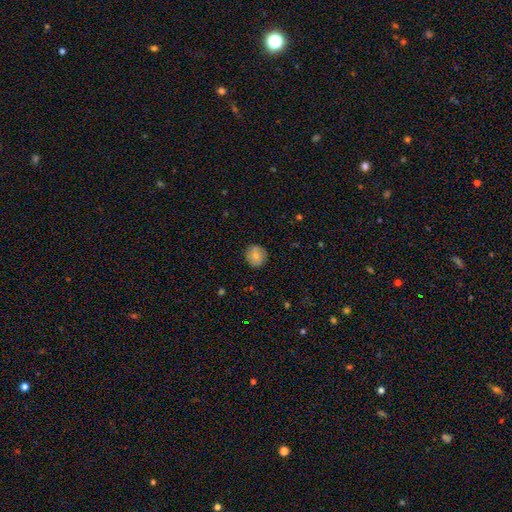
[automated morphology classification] This appears to be a smooth galaxy with no disk features (78%) that is round (90%). Merging: none (88%).